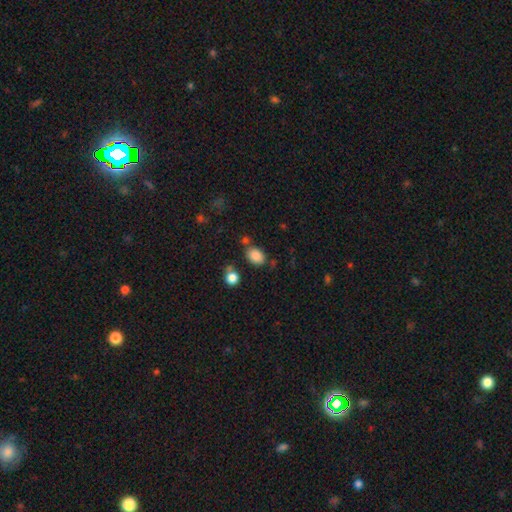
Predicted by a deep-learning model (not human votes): This appears to be a smooth galaxy with no disk features (86%) that is in between round and cigar-shaped (73%). Merging: none (72%).